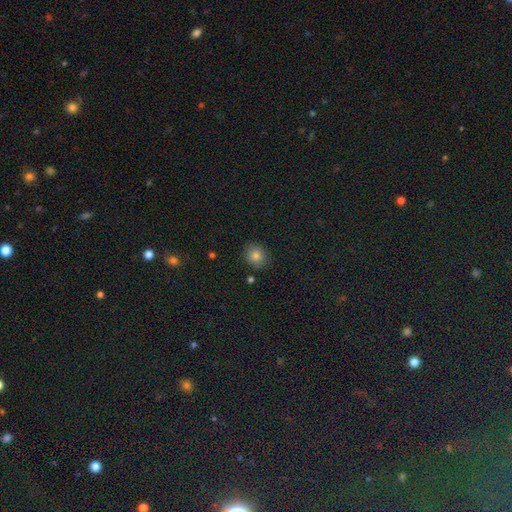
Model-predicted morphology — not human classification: Smooth or featured? smooth (79%)
How rounded? round (78%)
Merging? none (88%)